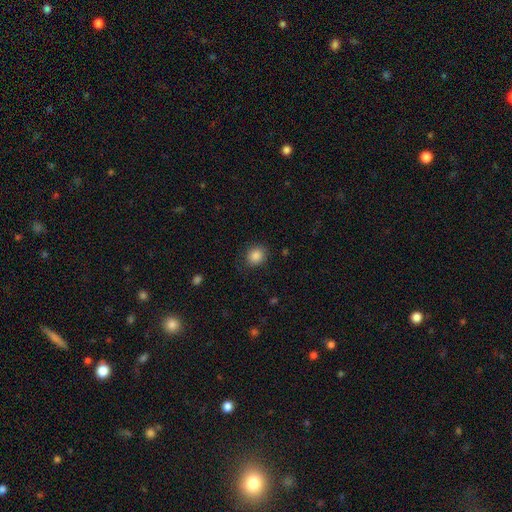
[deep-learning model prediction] This is clearly a smooth galaxy (86%). How rounded: likely round (76%). Merging: clearly none (83%).